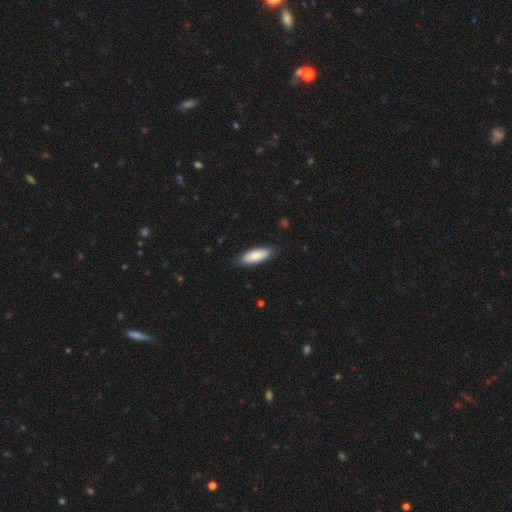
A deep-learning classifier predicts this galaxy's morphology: smooth_or_featured: smooth (p=0.85) [alt: featured or disk p=0.09]
how_rounded: in between (p=0.64) [alt: cigar-shaped p=0.35]
merging: none (p=0.85) [alt: minor disturbance p=0.12]